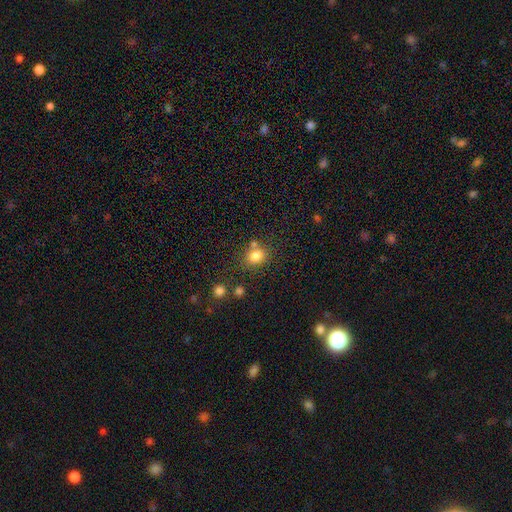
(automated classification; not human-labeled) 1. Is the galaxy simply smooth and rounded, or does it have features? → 81% smooth, 12% star or artifact, 7% featured or disk.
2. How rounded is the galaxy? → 59% round, 40% in between, 1% cigar-shaped.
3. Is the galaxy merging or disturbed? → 67% none, 15% merger, 13% minor disturbance, 4% major disturbance.